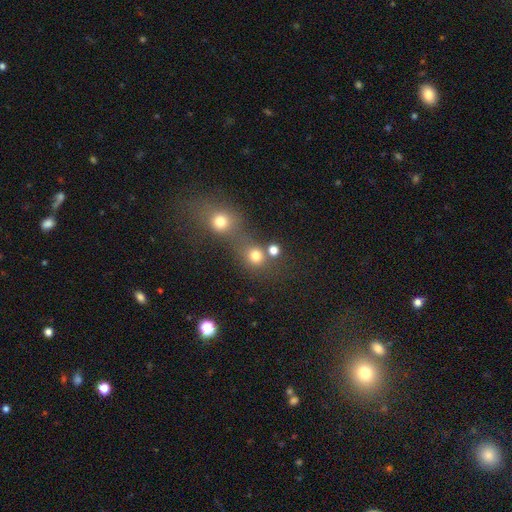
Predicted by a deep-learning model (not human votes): Smooth or featured? Predicted: smooth (p=0.76). How rounded? Predicted: round (p=0.86). Merging? Predicted: none (p=0.49).